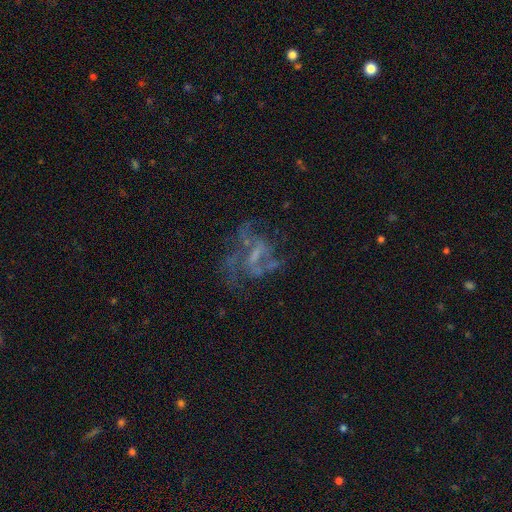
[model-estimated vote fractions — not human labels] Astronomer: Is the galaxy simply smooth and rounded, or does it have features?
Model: featured or disk — 67%.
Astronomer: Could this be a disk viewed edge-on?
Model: no — 97%.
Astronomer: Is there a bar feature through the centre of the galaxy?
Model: no — 59%.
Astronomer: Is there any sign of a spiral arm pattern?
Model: no — 57% (runner-up: yes, 43%).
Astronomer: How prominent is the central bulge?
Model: none — 49% (runner-up: small, 31%).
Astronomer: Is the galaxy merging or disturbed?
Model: none — 41% (runner-up: major disturbance, 36%).